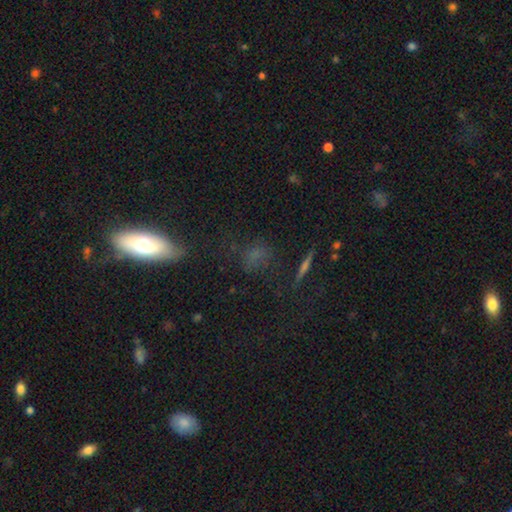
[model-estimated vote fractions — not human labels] This appears to be a smooth galaxy with no disk features (53%) that is in between round and cigar-shaped (48%). Merging: none (67%).